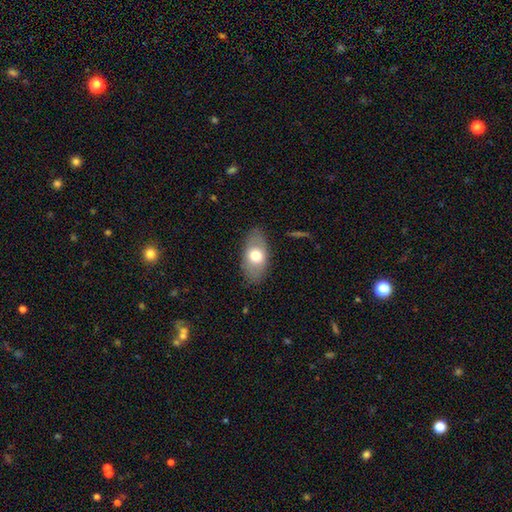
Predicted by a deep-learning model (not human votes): A smooth galaxy with no disk features (66%) that is in between round and cigar-shaped (91%). Merging: none (83%).